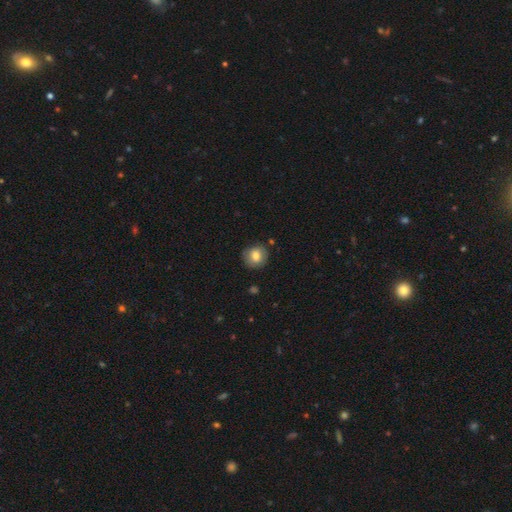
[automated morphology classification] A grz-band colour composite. It shows a smooth galaxy with no disk features (78%) that is round (86%). Merging: none (84%).